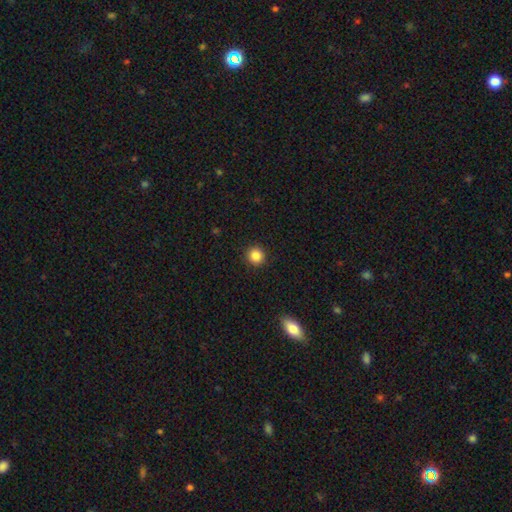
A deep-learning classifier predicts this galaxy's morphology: smooth-or-featured: smooth: 85% | star or artifact: 11% | featured or disk: 4%
  how-rounded: round: 94% | in between: 5% | cigar-shaped: 1%
  merging: none: 92% | minor disturbance: 5% | major disturbance: 2% | merger: 1%